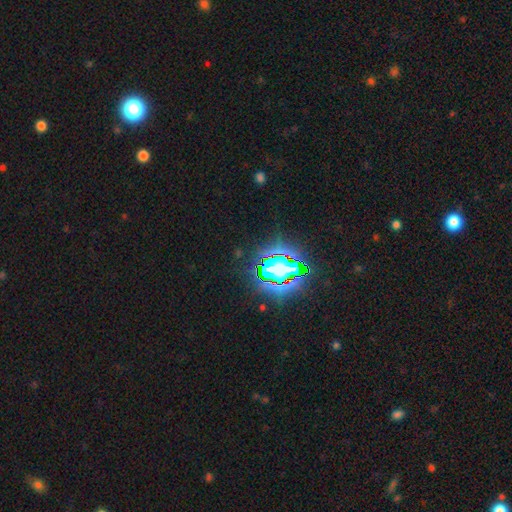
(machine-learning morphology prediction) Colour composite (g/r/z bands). It shows a star or artifact, not a galaxy (84%).